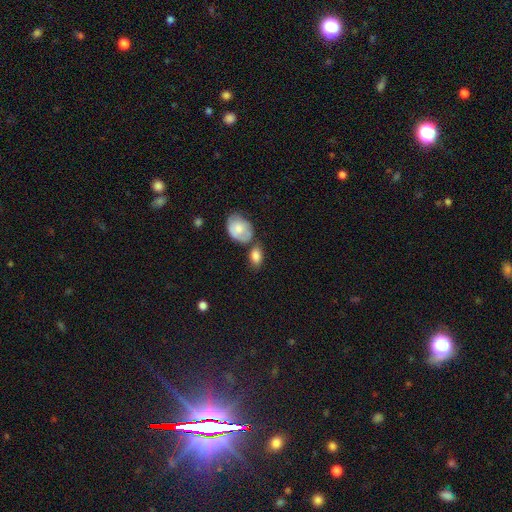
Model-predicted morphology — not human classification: A smooth galaxy with no disk features (81%) that is in between round and cigar-shaped (86%).

Vote fractions:
- Smooth or featured? smooth: 81% / featured or disk: 12% / star or artifact: 7%
- How rounded? in between: 86% / round: 11% / cigar-shaped: 3%
- Merging? none: 51% / merger: 22% / minor disturbance: 20% / major disturbance: 6%